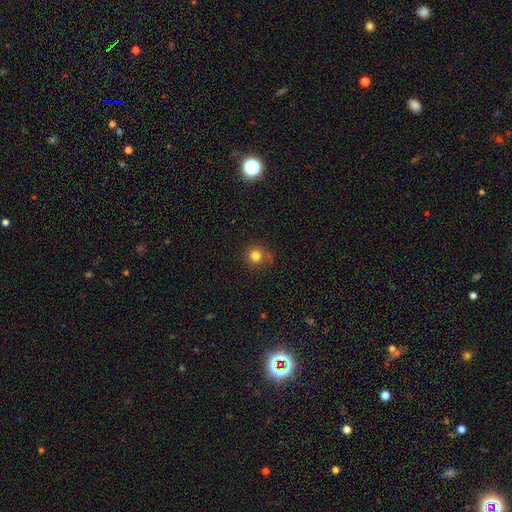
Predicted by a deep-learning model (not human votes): Q: Smooth or featured?
A: smooth (81%); runner-up: star or artifact (13%)
Q: How rounded?
A: round (93%); runner-up: in between (6%)
Q: Merging?
A: none (80%); runner-up: minor disturbance (13%)